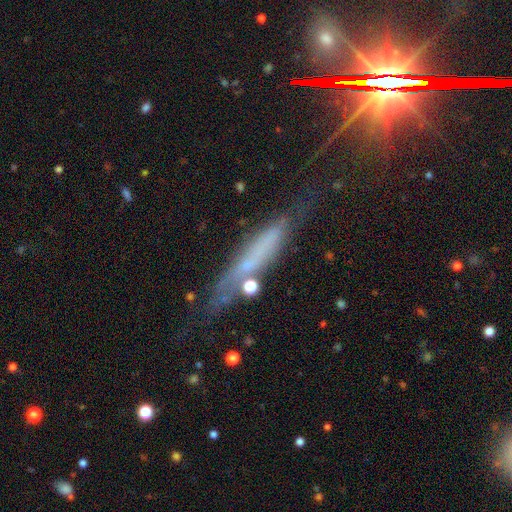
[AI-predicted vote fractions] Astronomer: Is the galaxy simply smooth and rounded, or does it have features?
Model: featured or disk — 42% (runner-up: smooth, 41%).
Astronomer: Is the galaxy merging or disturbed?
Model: none — 58%.